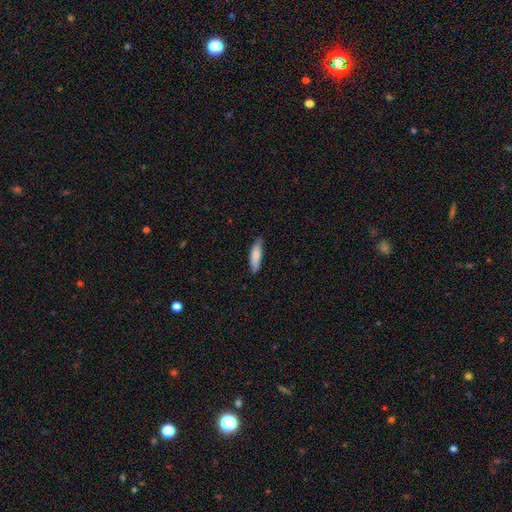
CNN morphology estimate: This is clearly a smooth galaxy (83%). How rounded: likely cigar-shaped (66%). Merging: clearly none (81%).